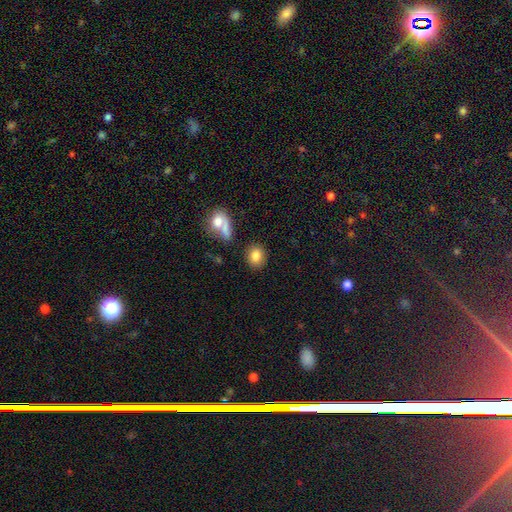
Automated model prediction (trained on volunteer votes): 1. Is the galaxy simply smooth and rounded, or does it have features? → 83% smooth, 9% star or artifact, 8% featured or disk.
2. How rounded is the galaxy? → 56% round, 42% in between, 2% cigar-shaped.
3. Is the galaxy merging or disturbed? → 81% none, 9% minor disturbance, 7% merger, 3% major disturbance.